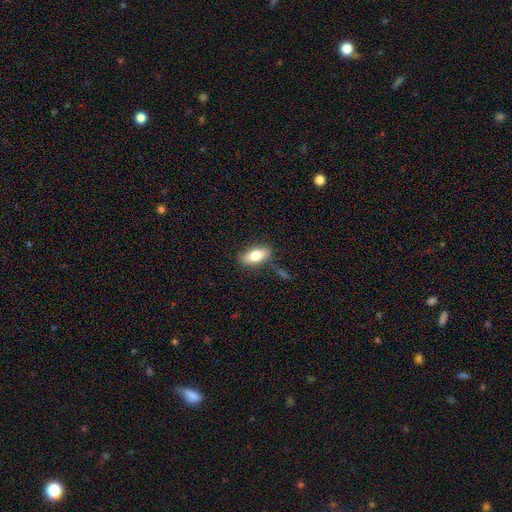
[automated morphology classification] type=smooth (75%); roundness=in between (85%); merging=none (77%).